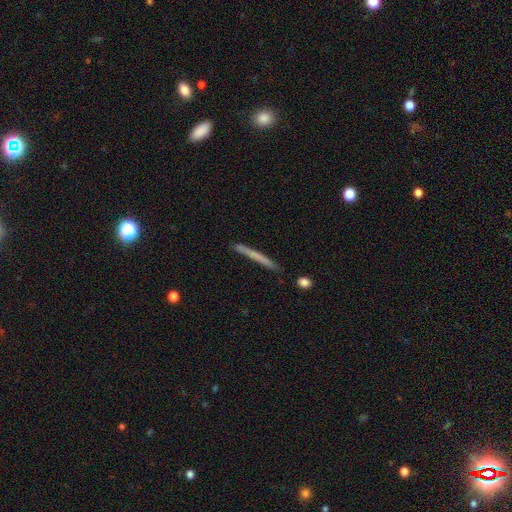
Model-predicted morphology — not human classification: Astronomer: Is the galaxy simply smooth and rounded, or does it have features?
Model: smooth — 58% (runner-up: featured or disk, 36%).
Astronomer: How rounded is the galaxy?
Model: cigar-shaped — 97%.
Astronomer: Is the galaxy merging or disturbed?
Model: none — 88%.